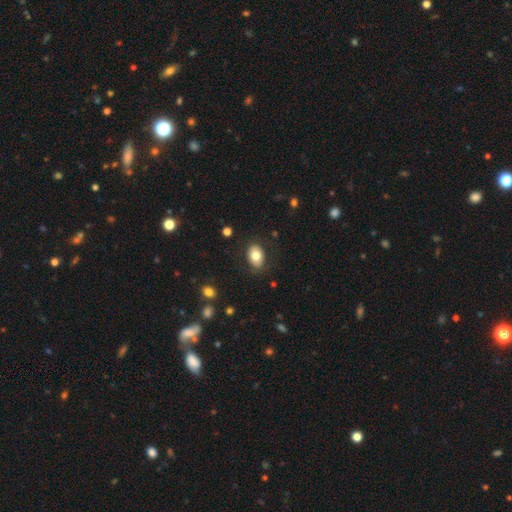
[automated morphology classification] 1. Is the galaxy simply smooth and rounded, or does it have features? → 79% smooth, 13% featured or disk, 8% star or artifact.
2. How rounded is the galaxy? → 82% in between, 17% round, 1% cigar-shaped.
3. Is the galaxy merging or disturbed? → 82% none, 12% minor disturbance, 4% major disturbance, 1% merger.